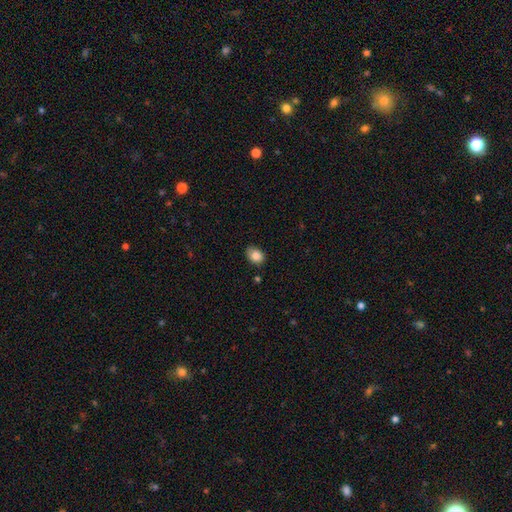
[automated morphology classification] Smooth or featured? Predicted: smooth (p=0.85). How rounded? Predicted: in between (p=0.68). Merging? Predicted: none (p=0.73).